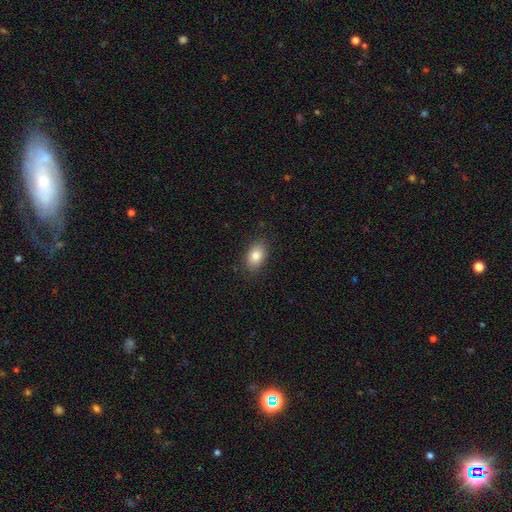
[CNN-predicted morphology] Smooth or featured? Predicted: smooth (p=0.83). How rounded? Predicted: in between (p=0.86). Merging? Predicted: none (p=0.86).